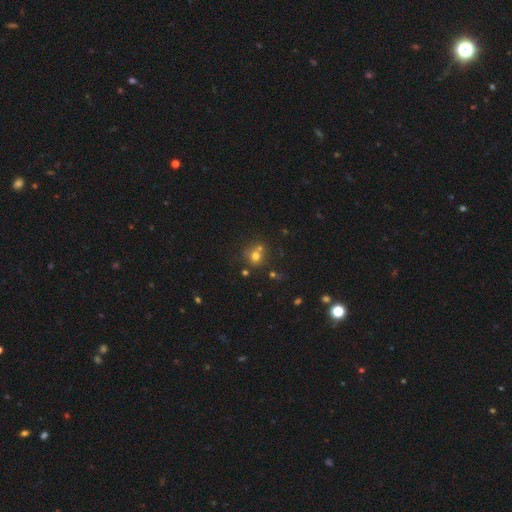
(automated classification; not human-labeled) This appears to be a smooth galaxy with no disk features (67%) that is round (82%). Merging: none (54%).